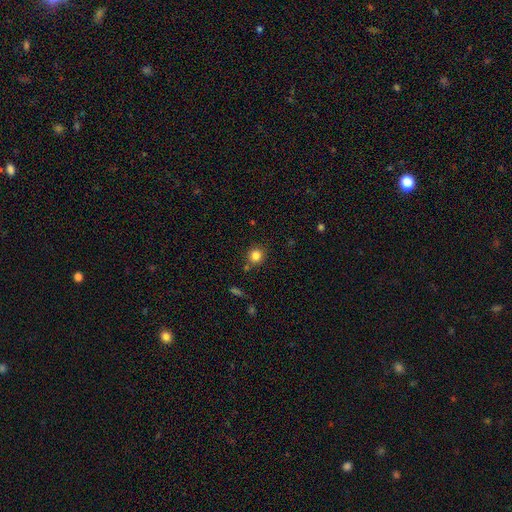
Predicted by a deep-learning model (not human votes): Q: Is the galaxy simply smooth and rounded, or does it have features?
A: smooth — 83%.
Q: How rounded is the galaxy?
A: round — 90%.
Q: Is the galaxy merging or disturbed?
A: none — 83%.